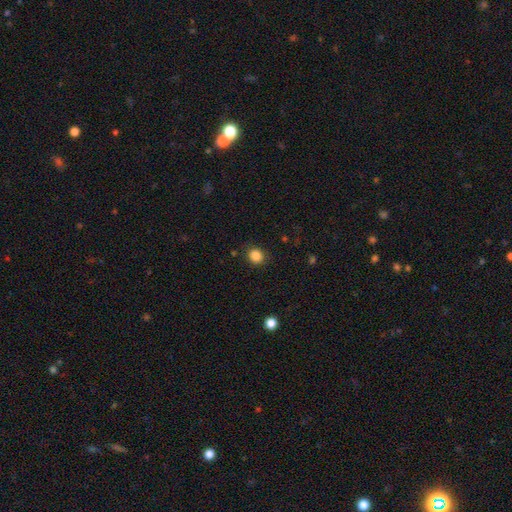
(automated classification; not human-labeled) Smooth or featured? Predicted: smooth (p=0.86). How rounded? Predicted: round (p=0.80). Merging? Predicted: none (p=0.85).